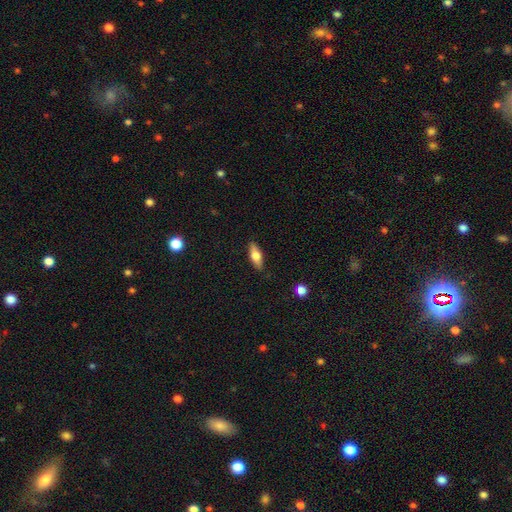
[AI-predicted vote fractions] Smooth or featured? smooth (62%)
How rounded? in between (64%)
Merging? none (87%)